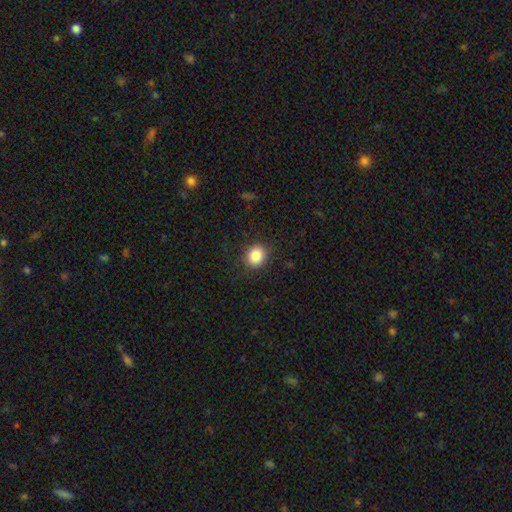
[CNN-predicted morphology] Overall: smooth (86%). How rounded: round (74%). Merging: none (87%).